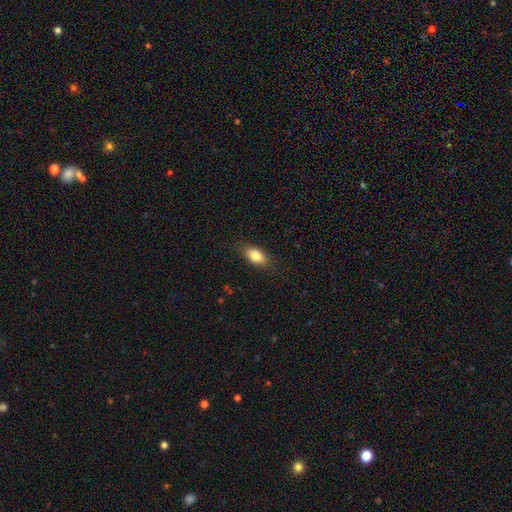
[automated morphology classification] smooth-or-featured: smooth: 83% | featured or disk: 9% | star or artifact: 8%
  how-rounded: in between: 87% | round: 8% | cigar-shaped: 5%
  merging: none: 85% | minor disturbance: 12% | major disturbance: 3% | merger: 1%